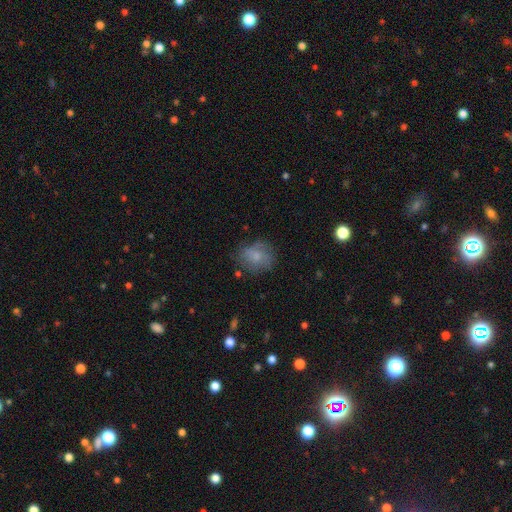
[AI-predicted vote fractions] The model was most divided on "how rounded": round: 60%, in between: 39%, cigar-shaped: 1%. More confident: smooth or featured — smooth (64%); merging — none (62%).